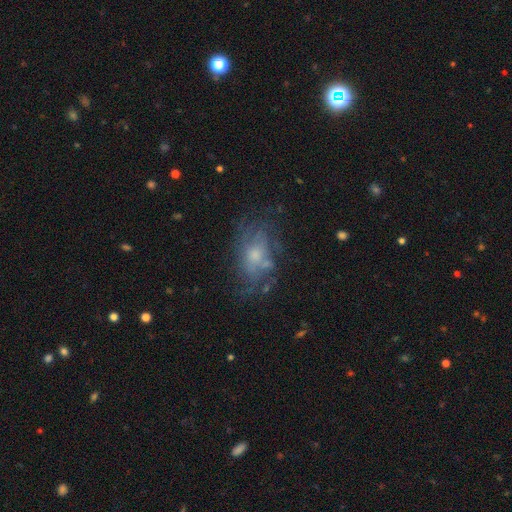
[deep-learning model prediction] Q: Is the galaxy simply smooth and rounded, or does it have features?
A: featured or disk — 55%.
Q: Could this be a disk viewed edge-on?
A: no — 94%.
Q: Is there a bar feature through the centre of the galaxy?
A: no — 82%.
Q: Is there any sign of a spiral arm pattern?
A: no — 51%.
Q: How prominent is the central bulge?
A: moderate — 45%.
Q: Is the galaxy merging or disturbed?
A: none — 55%.